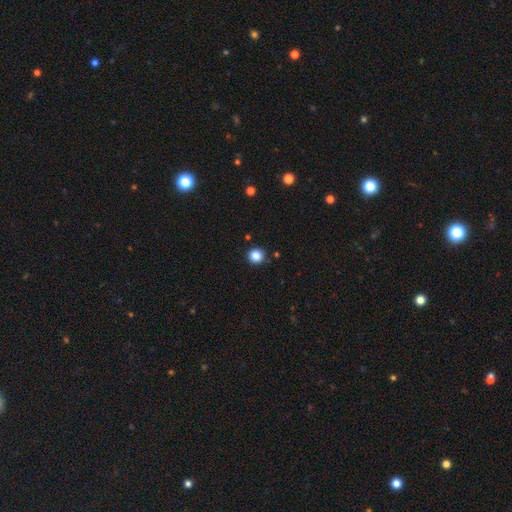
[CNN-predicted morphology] A smooth galaxy with no disk features (85%) that is round (95%).

Vote fractions:
- Smooth or featured? smooth: 85% / star or artifact: 12% / featured or disk: 3%
- How rounded? round: 95% / in between: 4% / cigar-shaped: 1%
- Merging? none: 91% / minor disturbance: 5% / merger: 2% / major disturbance: 2%